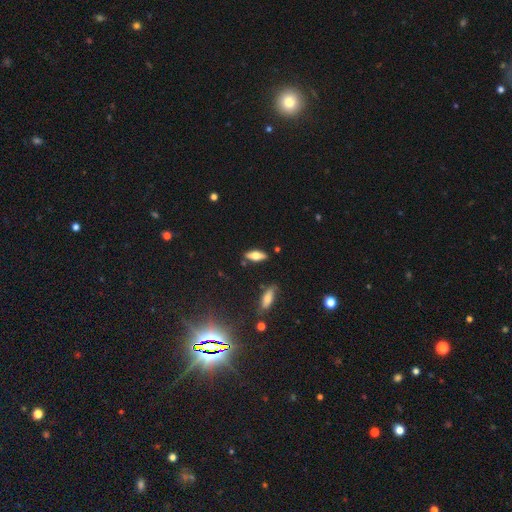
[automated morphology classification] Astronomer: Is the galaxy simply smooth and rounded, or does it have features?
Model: smooth — 57% (runner-up: featured or disk, 35%).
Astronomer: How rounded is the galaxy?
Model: in between — 65%.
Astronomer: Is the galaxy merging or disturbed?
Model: none — 84%.